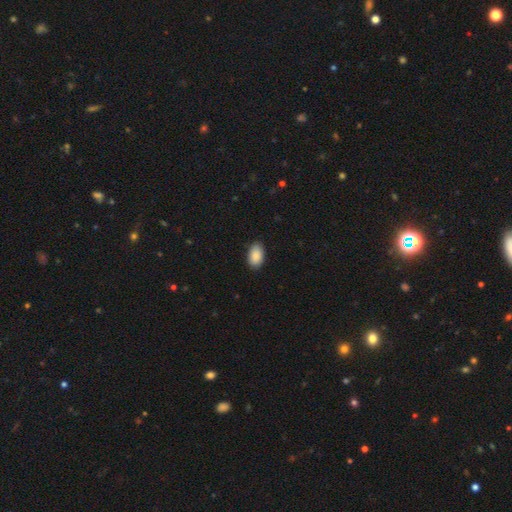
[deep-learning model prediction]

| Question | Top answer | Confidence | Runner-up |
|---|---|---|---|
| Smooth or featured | smooth | 90% | star or artifact (6%) |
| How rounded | in between | 94% | round (5%) |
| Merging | none | 86% | minor disturbance (11%) |